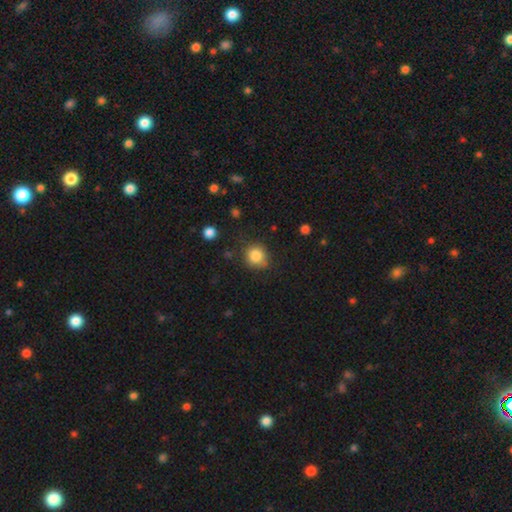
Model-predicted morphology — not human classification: Smooth or featured? smooth (85%)
How rounded? round (85%)
Merging? none (76%)